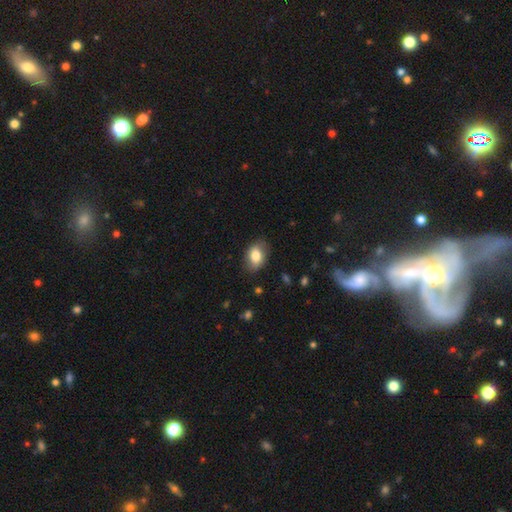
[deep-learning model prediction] smooth_or_featured: smooth (p=0.79) [alt: featured or disk p=0.13]
how_rounded: in between (p=0.82) [alt: round p=0.17]
merging: none (p=0.80) [alt: minor disturbance p=0.15]